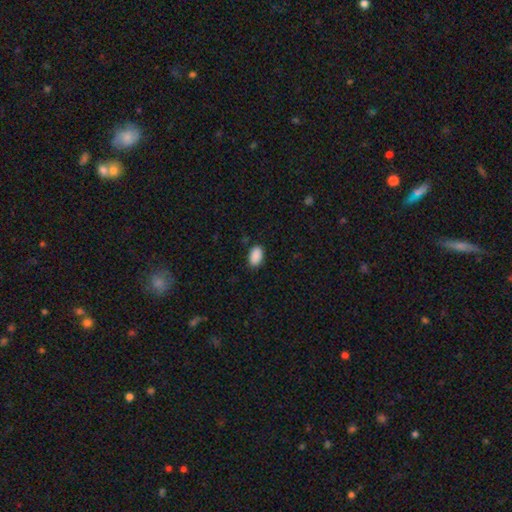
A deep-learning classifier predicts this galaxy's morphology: Smooth or featured? Predicted: smooth (p=0.90). How rounded? Predicted: in between (p=0.93). Merging? Predicted: none (p=0.87).